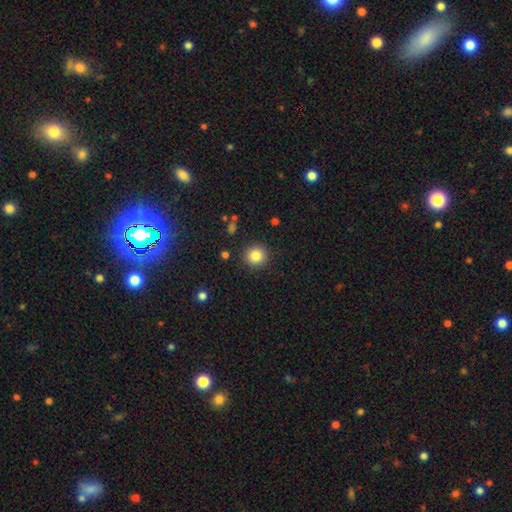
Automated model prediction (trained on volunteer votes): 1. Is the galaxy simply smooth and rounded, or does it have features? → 83% smooth, 11% star or artifact, 6% featured or disk.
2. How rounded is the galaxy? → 92% round, 7% in between, 1% cigar-shaped.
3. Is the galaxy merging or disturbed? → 90% none, 6% minor disturbance, 2% major disturbance, 1% merger.